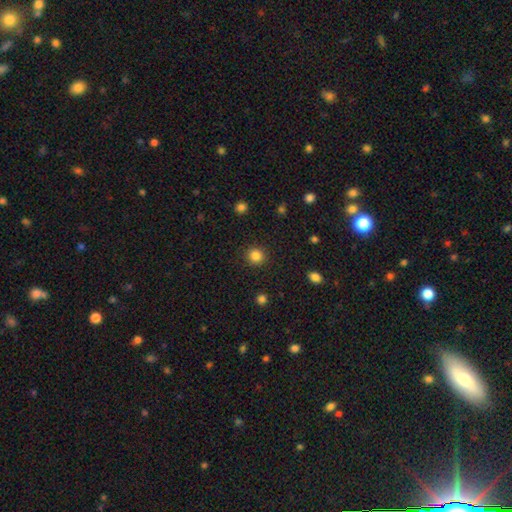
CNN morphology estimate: Smooth or featured? Predicted: smooth (p=0.84). How rounded? Predicted: round (p=0.92). Merging? Predicted: none (p=0.92).